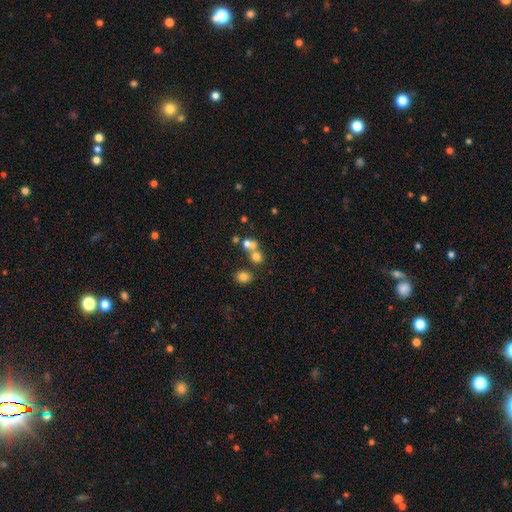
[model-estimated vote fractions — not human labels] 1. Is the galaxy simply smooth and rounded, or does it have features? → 67% smooth, 17% star or artifact, 16% featured or disk.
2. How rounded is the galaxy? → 76% round, 23% in between, 1% cigar-shaped.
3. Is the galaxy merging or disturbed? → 47% merger, 42% none, 7% minor disturbance, 4% major disturbance.